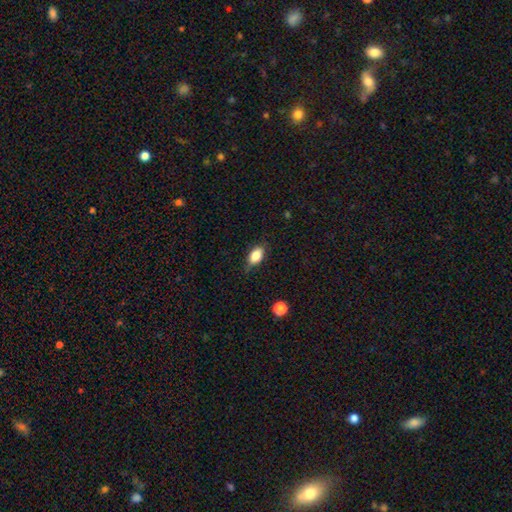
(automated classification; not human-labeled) smooth-or-featured: smooth: 82% | featured or disk: 10% | star or artifact: 8%
  how-rounded: in between: 87% | round: 9% | cigar-shaped: 5%
  merging: none: 73% | minor disturbance: 21% | major disturbance: 5% | merger: 1%